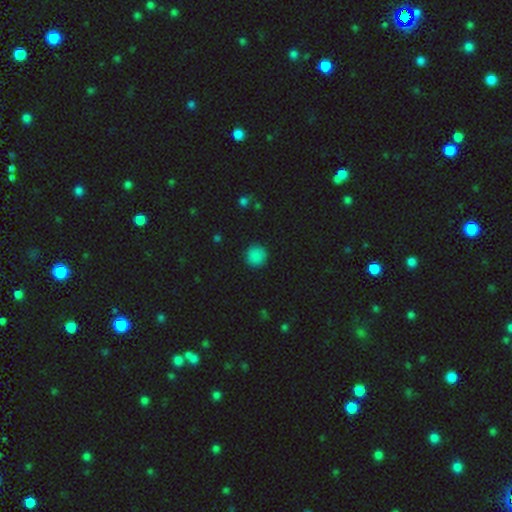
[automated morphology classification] smooth 85%, star or artifact 12%, featured or disk 3%. Down the decision tree: how rounded — round (94%); merging — none (90%).